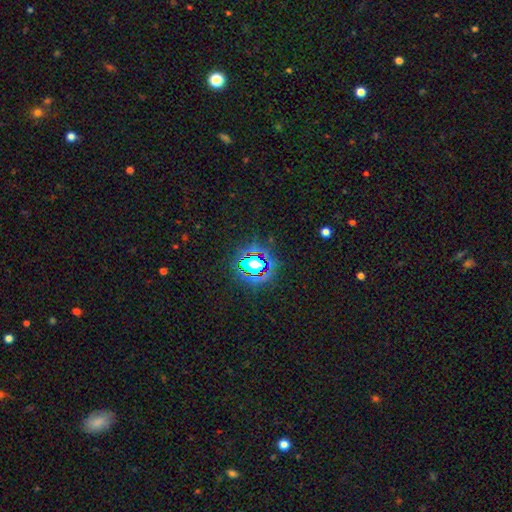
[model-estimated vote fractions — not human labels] The model was most divided on "smooth or featured": star or artifact: 80%, smooth: 13%, featured or disk: 7%.